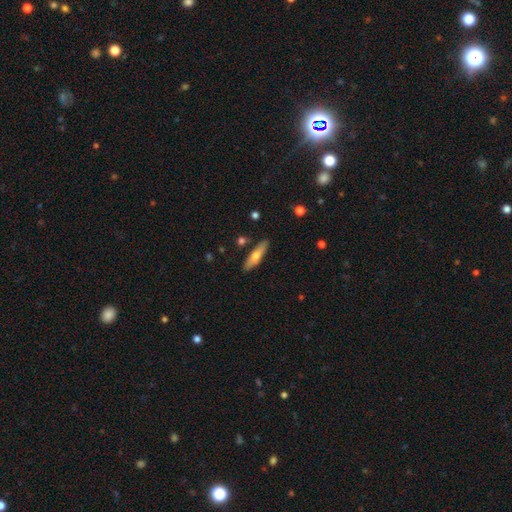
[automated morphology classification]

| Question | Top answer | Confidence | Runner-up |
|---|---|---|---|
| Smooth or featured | smooth | 62% | featured or disk (32%) |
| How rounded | cigar-shaped | 73% | in between (25%) |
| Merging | none | 85% | minor disturbance (10%) |